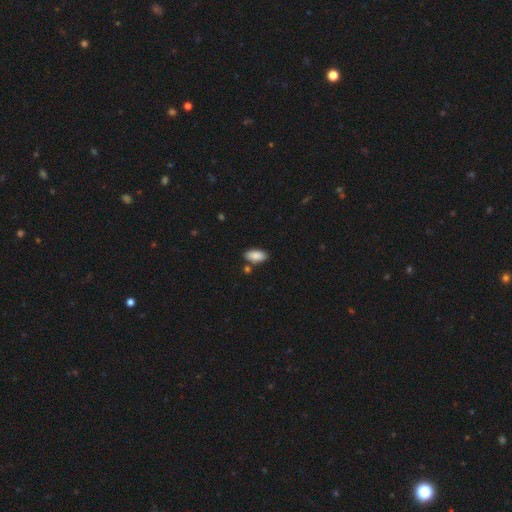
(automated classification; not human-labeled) This is clearly a smooth galaxy (88%). How rounded: clearly in between (93%). Merging: likely none (79%).